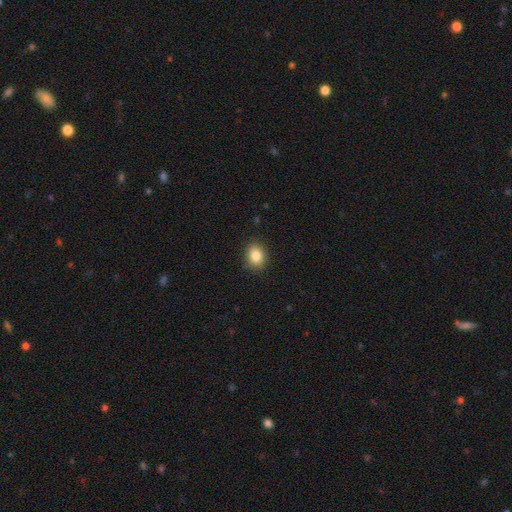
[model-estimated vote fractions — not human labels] This is clearly a smooth galaxy (85%). How rounded: possibly round (51%). Merging: clearly none (87%).